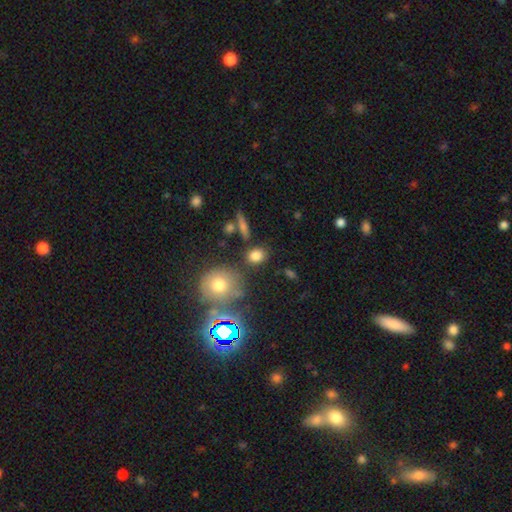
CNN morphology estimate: A smooth galaxy with no disk features (77%) that is round (60%).

Vote fractions:
- Smooth or featured? smooth: 77% / star or artifact: 15% / featured or disk: 9%
- How rounded? round: 60% / in between: 38% / cigar-shaped: 3%
- Merging? none: 77% / minor disturbance: 11% / merger: 8% / major disturbance: 4%